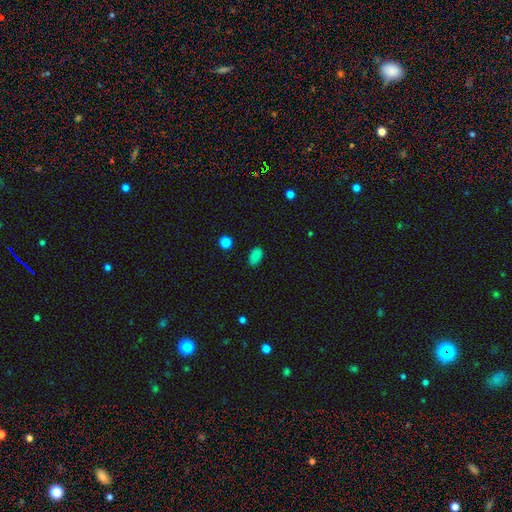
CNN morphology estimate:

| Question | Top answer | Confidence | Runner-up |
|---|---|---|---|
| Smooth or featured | smooth | 82% | star or artifact (14%) |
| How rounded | in between | 90% | round (8%) |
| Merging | none | 83% | minor disturbance (12%) |